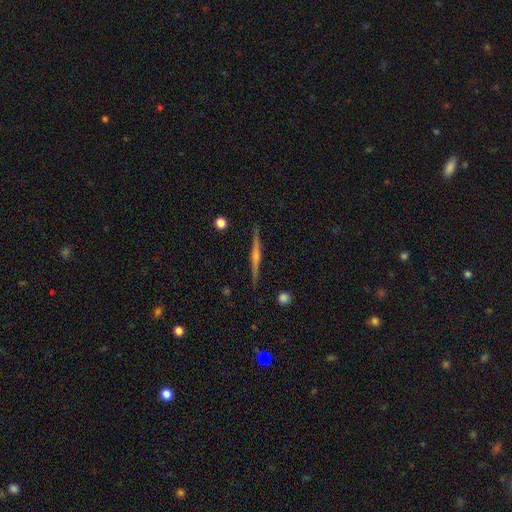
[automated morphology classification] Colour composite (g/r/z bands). It shows a featured or disk galaxy (75%) viewed edge-on (98%) with a rounded central bulge (72%). Merging: none (91%).